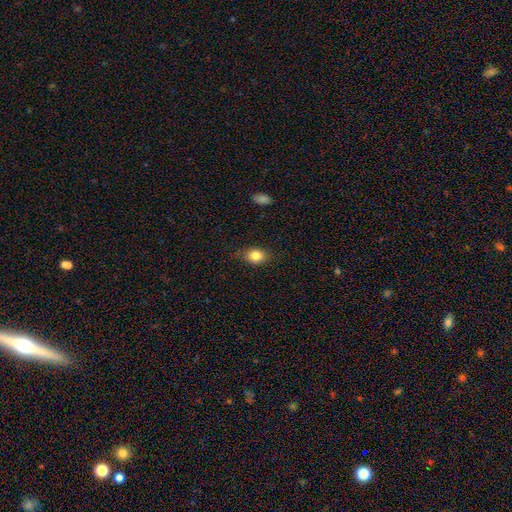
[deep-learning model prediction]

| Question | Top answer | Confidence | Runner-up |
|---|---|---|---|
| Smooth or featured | smooth | 83% | star or artifact (9%) |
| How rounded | in between | 57% | round (42%) |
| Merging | none | 79% | minor disturbance (16%) |